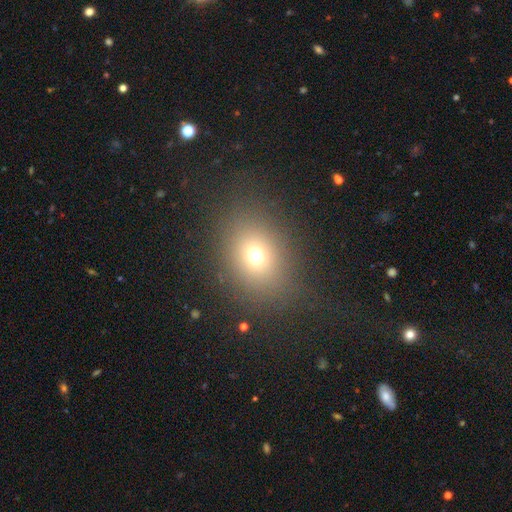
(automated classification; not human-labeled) smooth-or-featured: smooth: 68% | star or artifact: 21% | featured or disk: 11%
  how-rounded: round: 54% | in between: 44% | cigar-shaped: 1%
  merging: none: 83% | minor disturbance: 9% | major disturbance: 6% | merger: 2%